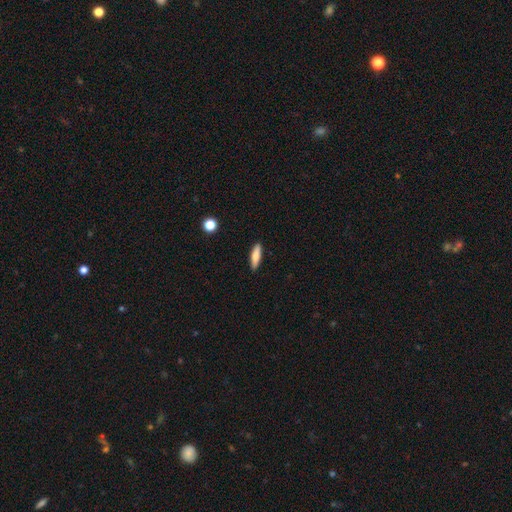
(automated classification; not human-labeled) This appears to be a smooth galaxy with no disk features (74%) that is cigar-shaped (66%). Merging: none (90%).